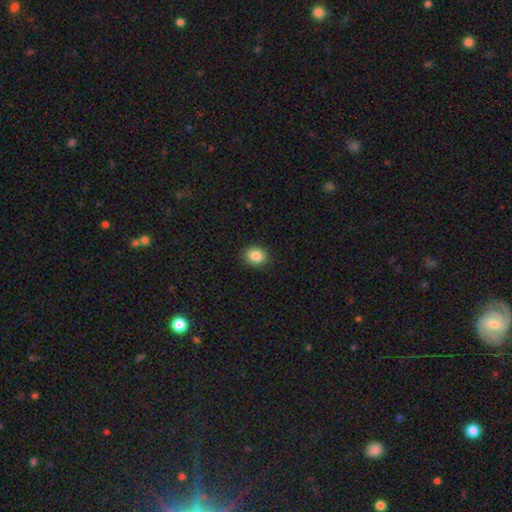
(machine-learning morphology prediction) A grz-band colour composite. It shows a smooth galaxy with no disk features (86%) that is round (64%). Merging: none (91%).